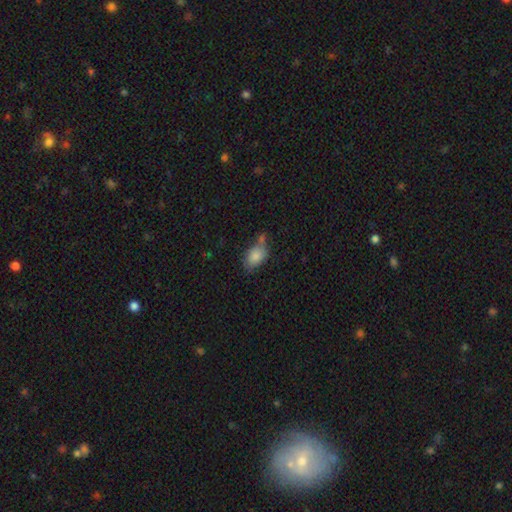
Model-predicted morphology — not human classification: Smooth or featured? smooth (84%)
How rounded? in between (87%)
Merging? none (51%)